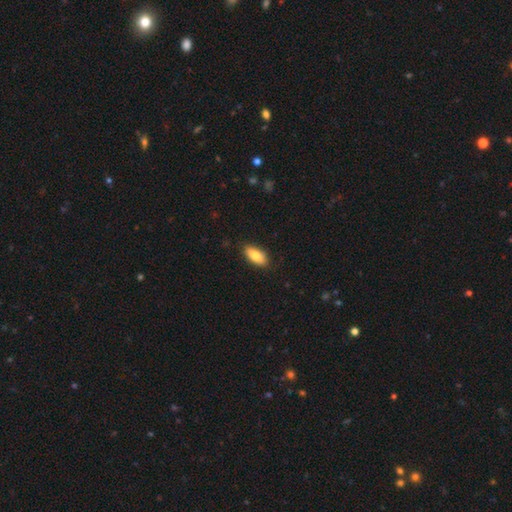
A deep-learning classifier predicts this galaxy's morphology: Smooth or featured?
  - smooth: 83% *
  - featured or disk: 10%
  - star or artifact: 7%
How rounded?
  - in between: 89% *
  - cigar-shaped: 8%
  - round: 3%
Merging?
  - none: 86% *
  - minor disturbance: 11%
  - major disturbance: 2%
  - merger: 1%